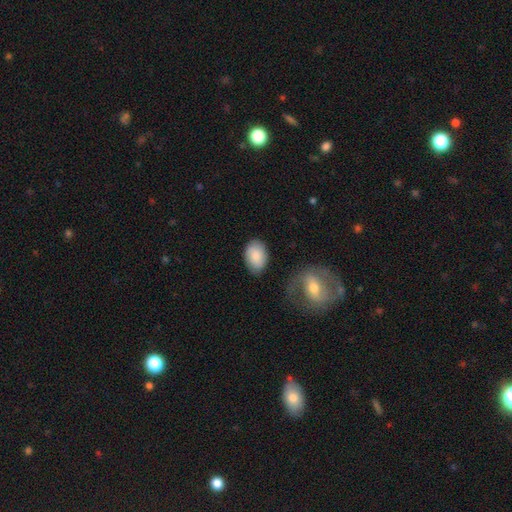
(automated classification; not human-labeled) smooth_or_featured: smooth (p=0.82) [alt: featured or disk p=0.12]
how_rounded: in between (p=0.87) [alt: round p=0.12]
merging: none (p=0.74) [alt: minor disturbance p=0.18]